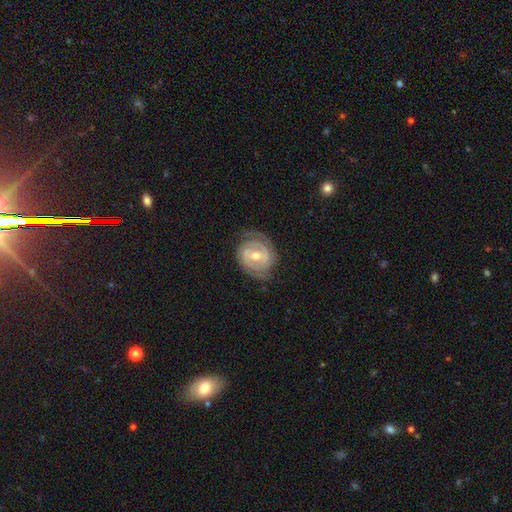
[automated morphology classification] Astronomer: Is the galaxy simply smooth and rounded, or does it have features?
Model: featured or disk — 82%.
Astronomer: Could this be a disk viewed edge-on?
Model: no — 97%.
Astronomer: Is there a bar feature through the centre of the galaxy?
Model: weak — 49% (runner-up: strong, 28%).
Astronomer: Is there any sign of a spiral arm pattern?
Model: yes — 87%.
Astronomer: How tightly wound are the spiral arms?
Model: tight — 69%.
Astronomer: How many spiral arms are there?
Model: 2 — 70%.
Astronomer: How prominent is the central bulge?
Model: moderate — 68%.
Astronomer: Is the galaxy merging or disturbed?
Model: none — 74%.